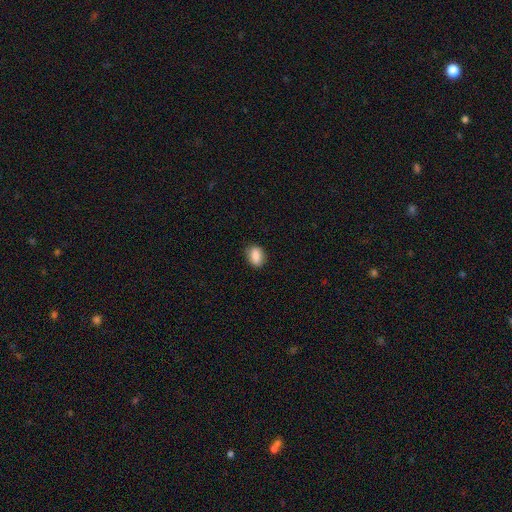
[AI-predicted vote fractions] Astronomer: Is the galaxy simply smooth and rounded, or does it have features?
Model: smooth — 86%.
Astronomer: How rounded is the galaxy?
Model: in between — 77%.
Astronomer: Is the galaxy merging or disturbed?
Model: none — 84%.